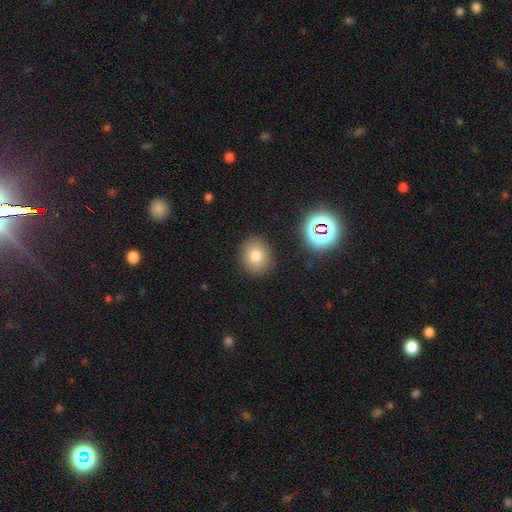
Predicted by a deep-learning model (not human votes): Morphology: type=smooth (78%); roundness=round (74%); merging=none (88%).